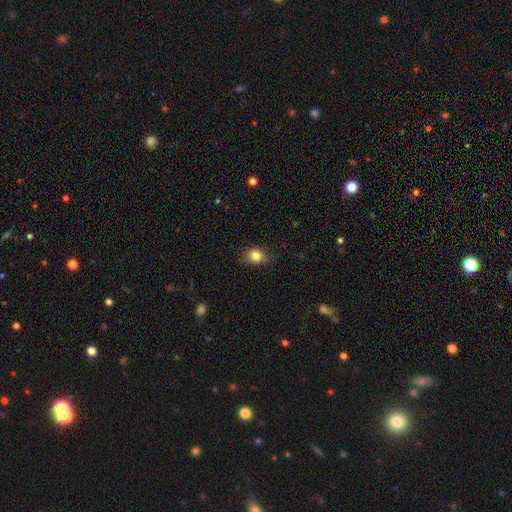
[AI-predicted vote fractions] Smooth or featured? Predicted: smooth (p=0.82). How rounded? Predicted: round (p=0.60). Merging? Predicted: none (p=0.71).